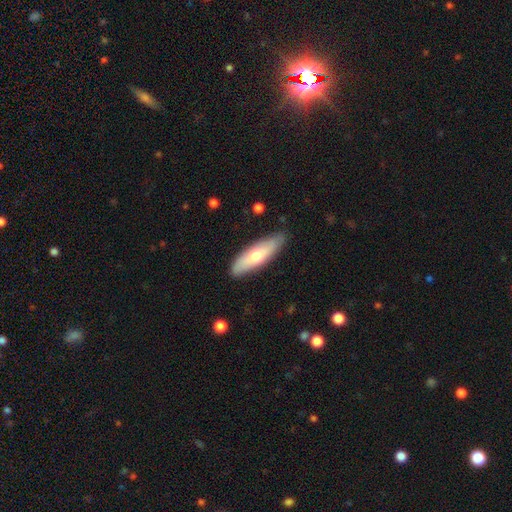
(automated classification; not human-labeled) Smooth or featured?
  - smooth: 58% *
  - featured or disk: 37%
  - star or artifact: 5%
How rounded?
  - cigar-shaped: 49% * (tied)
  - in between: 49% * (tied)
  - round: 2%
Merging?
  - none: 84% *
  - minor disturbance: 12%
  - major disturbance: 2%
  - merger: 1%